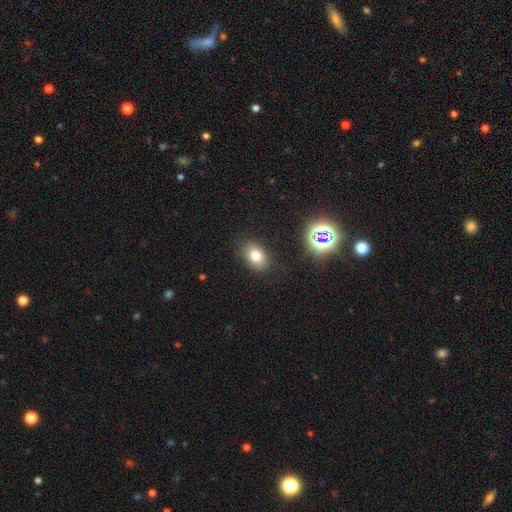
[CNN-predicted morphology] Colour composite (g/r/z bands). It shows a smooth galaxy with no disk features (75%) that is in between round and cigar-shaped (79%). Merging: none (84%).